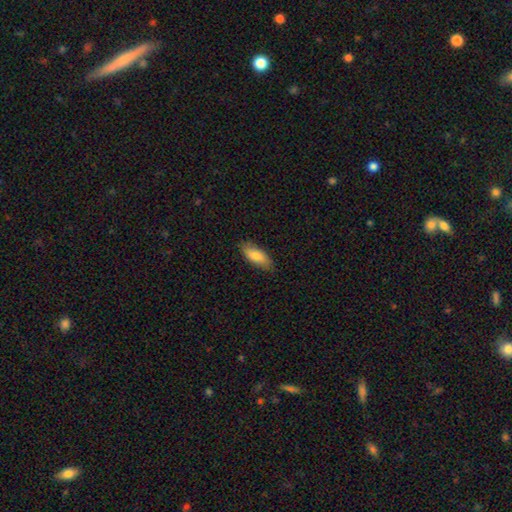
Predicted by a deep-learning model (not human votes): smooth 84%, featured or disk 11%, star or artifact 6%. Down the decision tree: how rounded — in between (77%); merging — none (84%).